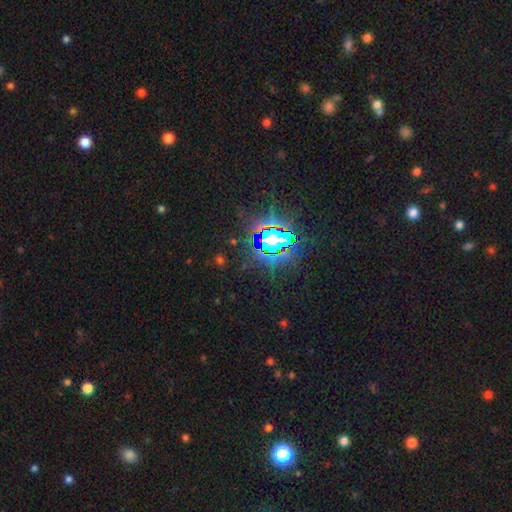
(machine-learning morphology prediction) Smooth or featured: star or artifact — 82% (smooth — 10%)